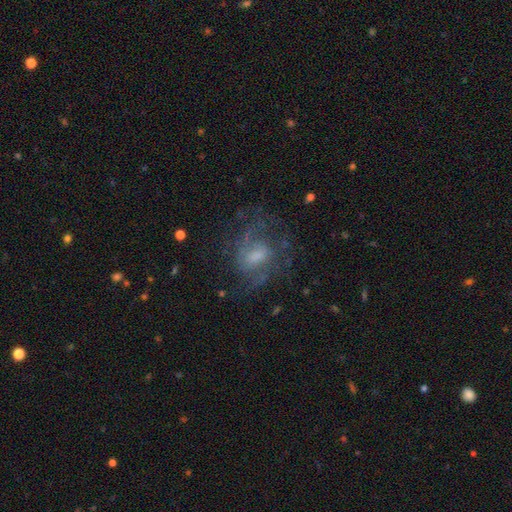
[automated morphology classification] smooth_or_featured: featured or disk (p=0.66) [alt: smooth p=0.20]
disk_edge_on: no (p=0.96) [alt: yes p=0.04]
bar: weak (p=0.48) [alt: no p=0.41]
has_spiral_arms: yes (p=0.81) [alt: no p=0.19]
spiral_winding: medium (p=0.49) [alt: tight p=0.30]
spiral_arm_count: 2 (p=0.40) [alt: can't tell p=0.36]
bulge_size: moderate (p=0.41) [alt: small p=0.30]
merging: none (p=0.61) [alt: major disturbance p=0.19]